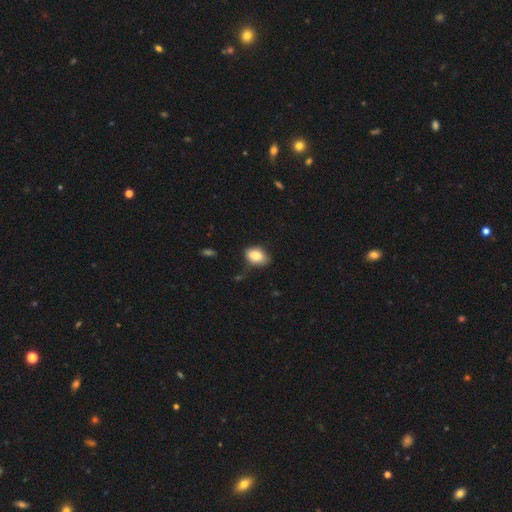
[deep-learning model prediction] The model was most divided on "merging": none: 70%, minor disturbance: 23%, major disturbance: 5%, merger: 2%. More confident: how rounded — in between (86%); smooth or featured — smooth (85%).